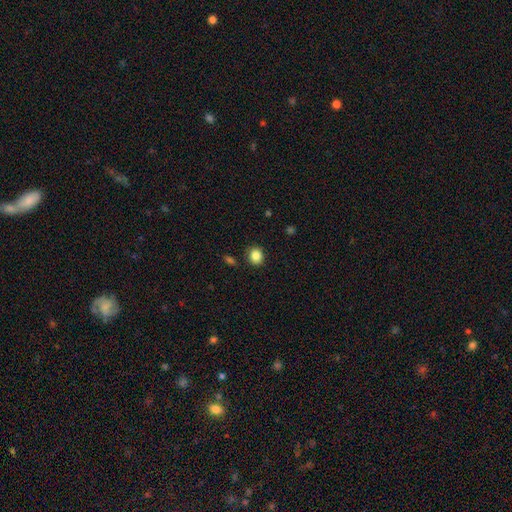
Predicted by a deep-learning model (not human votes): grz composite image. It shows a smooth galaxy with no disk features (86%) that is round (76%). Merging: none (87%).